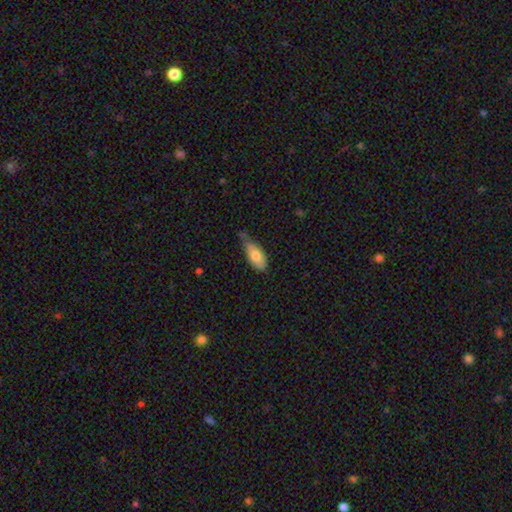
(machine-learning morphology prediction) Smooth or featured? smooth (76%)
How rounded? in between (83%)
Merging? none (48%)